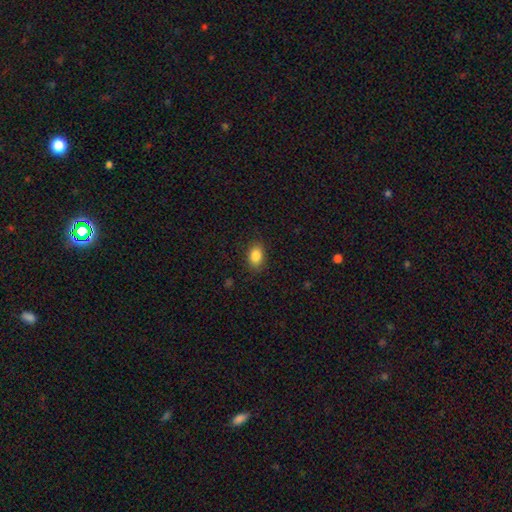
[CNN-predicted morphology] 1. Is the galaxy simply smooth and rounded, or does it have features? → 86% smooth, 8% star or artifact, 5% featured or disk.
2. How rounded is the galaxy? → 83% in between, 15% round, 1% cigar-shaped.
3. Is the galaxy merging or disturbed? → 86% none, 10% minor disturbance, 3% major disturbance, 1% merger.